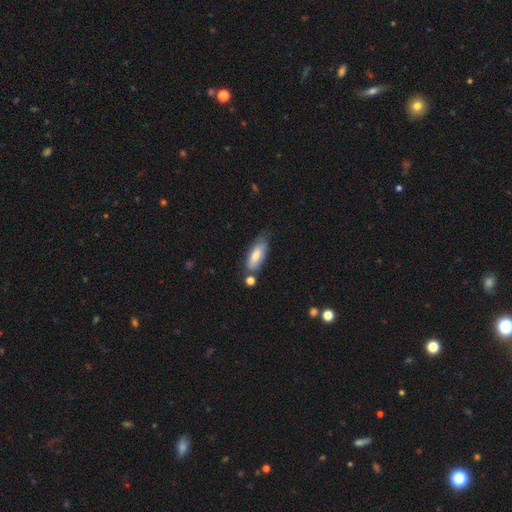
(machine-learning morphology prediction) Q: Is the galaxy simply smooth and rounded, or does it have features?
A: smooth — 74%.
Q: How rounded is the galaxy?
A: in between — 70%.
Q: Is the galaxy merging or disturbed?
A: none — 62%.